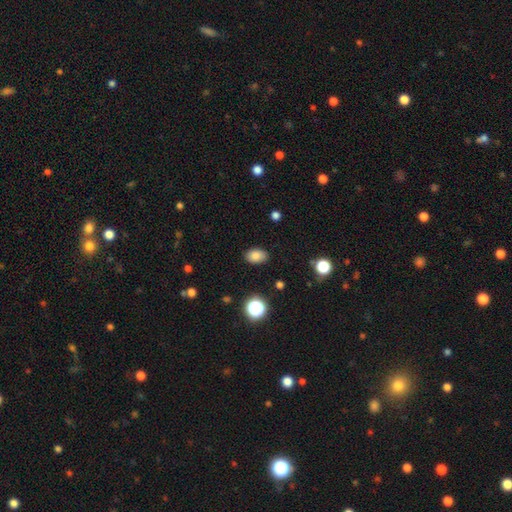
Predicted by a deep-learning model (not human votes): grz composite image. It shows a smooth galaxy with no disk features (84%) that is in between round and cigar-shaped (84%). Merging: none (87%).